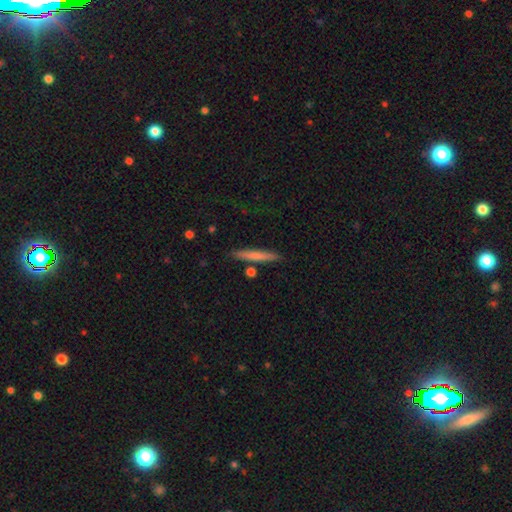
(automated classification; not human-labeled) A smooth galaxy with no disk features (68%) that is cigar-shaped (95%).

Vote fractions:
- Smooth or featured? smooth: 68% / featured or disk: 26% / star or artifact: 6%
- How rounded? cigar-shaped: 95% / in between: 4% / round: 2%
- Merging? none: 86% / minor disturbance: 8% / merger: 4% / major disturbance: 2%